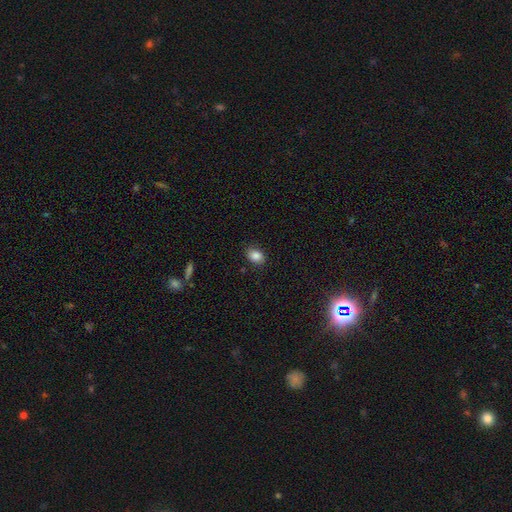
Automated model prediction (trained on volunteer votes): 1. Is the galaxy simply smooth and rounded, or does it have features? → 85% smooth, 9% star or artifact, 5% featured or disk.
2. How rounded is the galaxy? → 71% in between, 28% round, 1% cigar-shaped.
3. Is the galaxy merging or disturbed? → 84% none, 12% minor disturbance, 3% major disturbance, 1% merger.